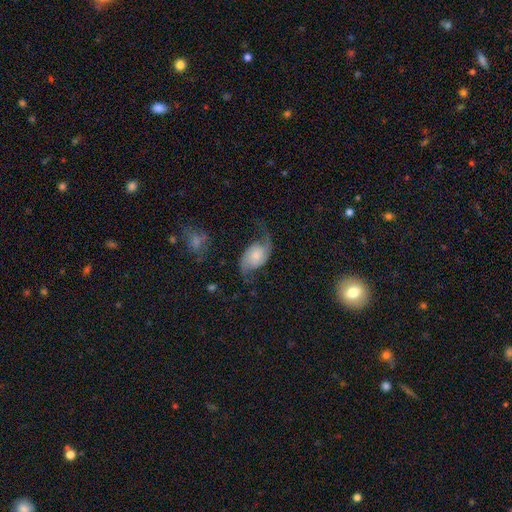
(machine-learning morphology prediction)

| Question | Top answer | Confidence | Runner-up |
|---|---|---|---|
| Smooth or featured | featured or disk | 76% | smooth (17%) |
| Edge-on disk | no | 97% | yes (3%) |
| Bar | no | 66% | weak (28%) |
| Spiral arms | yes | 95% | no (5%) |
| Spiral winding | loose | 65% | medium (27%) |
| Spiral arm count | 2 | 91% | 1 (3%) |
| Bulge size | small | 43% | moderate (36%) |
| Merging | none | 60% | minor disturbance (21%) |